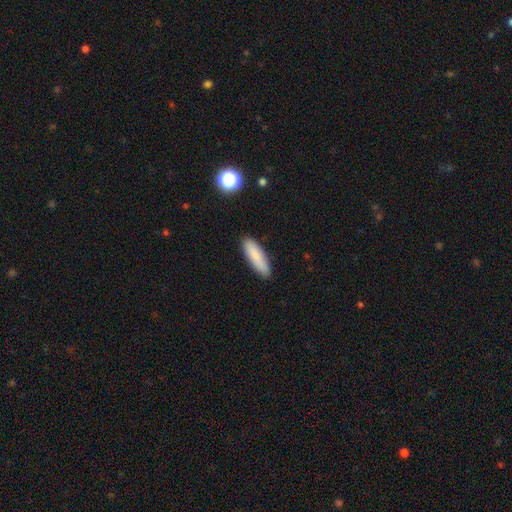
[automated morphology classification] Smooth or featured? Predicted: smooth (p=0.84). How rounded? Predicted: cigar-shaped (p=0.64). Merging? Predicted: none (p=0.89).